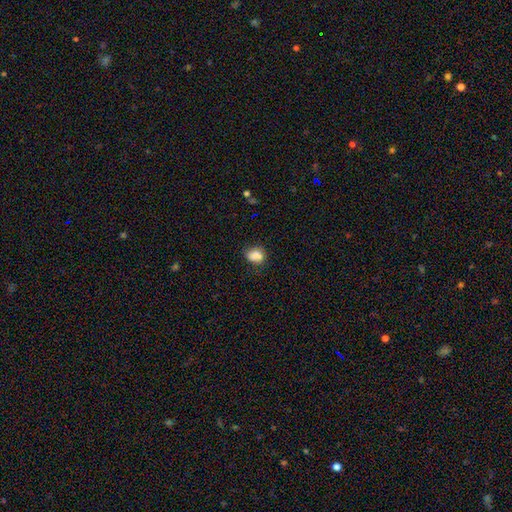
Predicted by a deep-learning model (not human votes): smooth_or_featured: smooth (p=0.81) [alt: star or artifact p=0.10]
how_rounded: in between (p=0.52) [alt: round p=0.46]
merging: none (p=0.57) [alt: minor disturbance p=0.25]